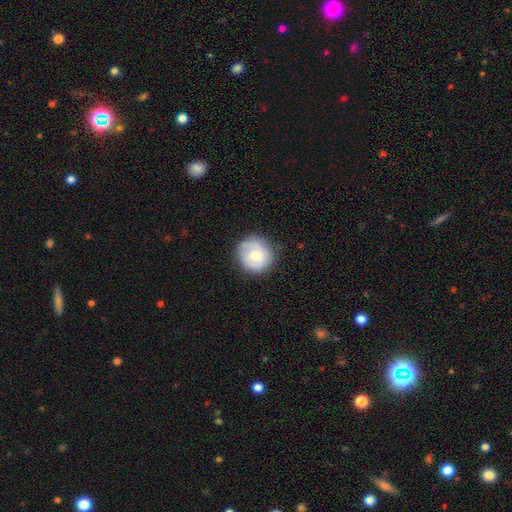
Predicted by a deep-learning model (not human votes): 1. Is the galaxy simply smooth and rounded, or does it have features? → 66% smooth, 27% featured or disk, 7% star or artifact.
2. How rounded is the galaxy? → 86% round, 13% in between, 1% cigar-shaped.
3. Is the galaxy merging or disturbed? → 72% none, 21% minor disturbance, 6% major disturbance, 1% merger.